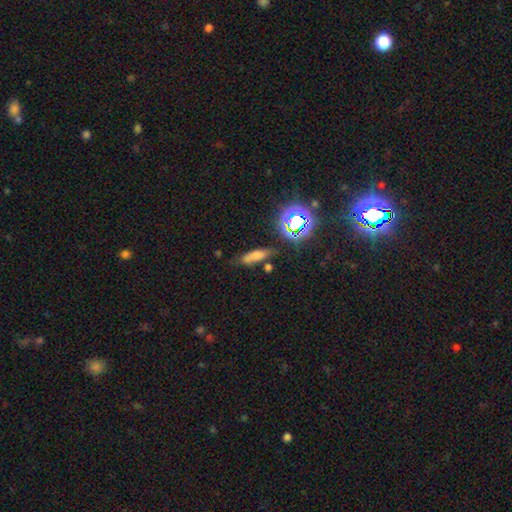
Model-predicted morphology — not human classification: A smooth galaxy with no disk features (65%) that is cigar-shaped (48%).

Vote fractions:
- Smooth or featured? smooth: 65% / star or artifact: 20% / featured or disk: 15%
- How rounded? cigar-shaped: 48% / in between: 46% / round: 6%
- Merging? none: 63% / minor disturbance: 21% / merger: 9% / major disturbance: 7%